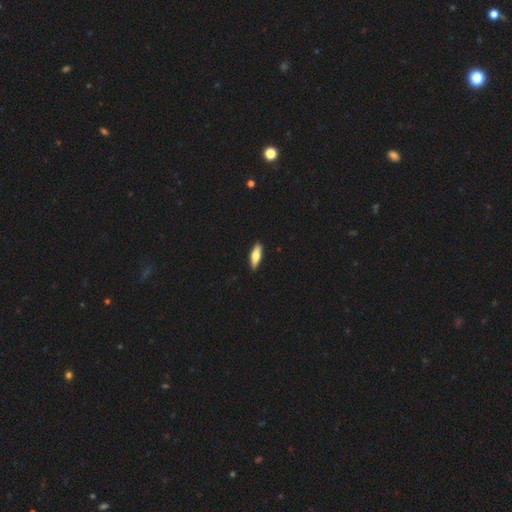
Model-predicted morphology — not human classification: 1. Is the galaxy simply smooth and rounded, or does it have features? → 64% smooth, 30% featured or disk, 5% star or artifact.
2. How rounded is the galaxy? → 52% cigar-shaped, 46% in between, 2% round.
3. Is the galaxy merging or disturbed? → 90% none, 8% minor disturbance, 1% major disturbance, 1% merger.